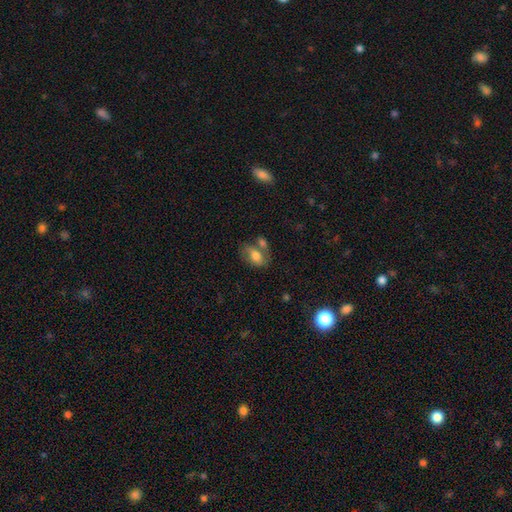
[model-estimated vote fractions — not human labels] Smooth or featured? Predicted: smooth (p=0.60). How rounded? Predicted: in between (p=0.81). Merging? Predicted: none (p=0.43).